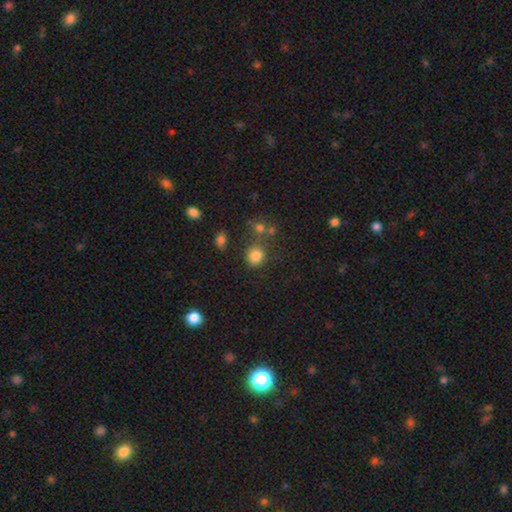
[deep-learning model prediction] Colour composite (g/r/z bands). It shows a smooth galaxy with no disk features (81%) that is round (78%). Merging: none (70%).